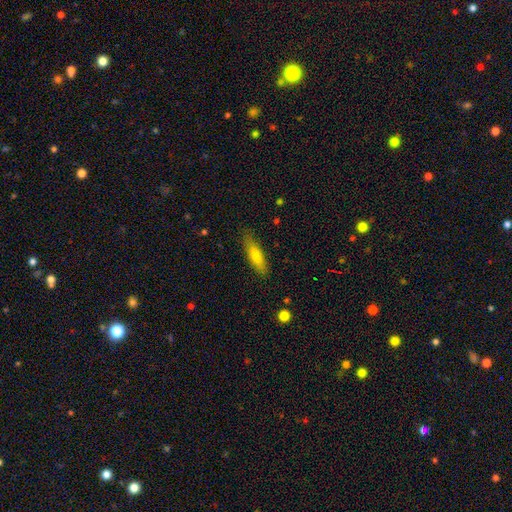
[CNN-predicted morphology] smooth-or-featured: smooth: 75% | featured or disk: 19% | star or artifact: 6%
  how-rounded: cigar-shaped: 63% | in between: 35% | round: 2%
  merging: none: 83% | minor disturbance: 13% | major disturbance: 3% | merger: 1%